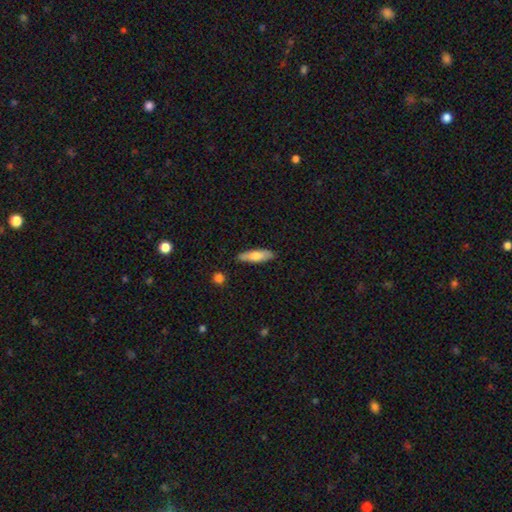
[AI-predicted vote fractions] Smooth or featured? smooth (70%)
How rounded? cigar-shaped (58%)
Merging? none (83%)